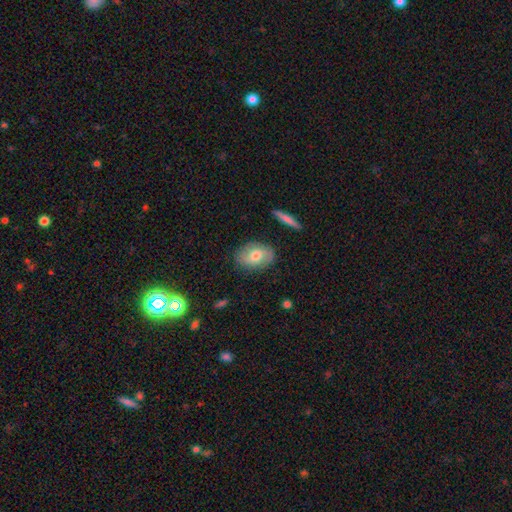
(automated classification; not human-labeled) smooth_or_featured: smooth (p=0.59) [alt: featured or disk p=0.34]
how_rounded: in between (p=0.78) [alt: round p=0.20]
merging: none (p=0.82) [alt: minor disturbance p=0.13]